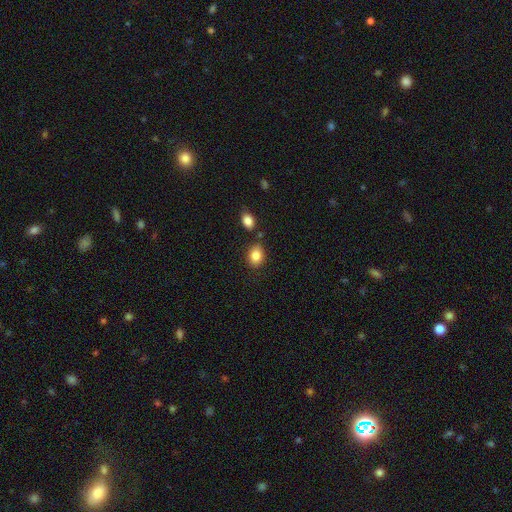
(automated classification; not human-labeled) Smooth or featured: smooth — 85% (star or artifact — 8%)
How rounded: in between — 71% (round — 27%)
Merging: none — 75% (minor disturbance — 13%)